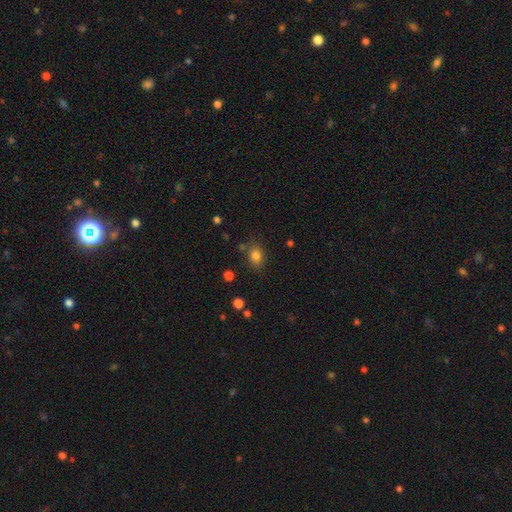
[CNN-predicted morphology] Smooth or featured?
  - smooth: 81% *
  - star or artifact: 12%
  - featured or disk: 6%
How rounded?
  - in between: 59% *
  - round: 40%
  - cigar-shaped: 1%
Merging?
  - none: 77% *
  - minor disturbance: 13%
  - merger: 5%
  - major disturbance: 4%